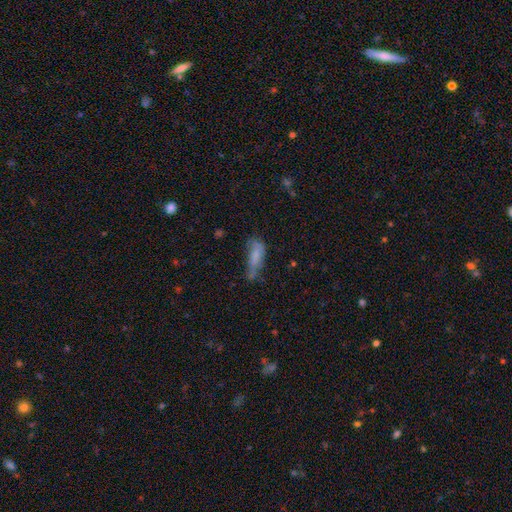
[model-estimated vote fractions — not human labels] A smooth galaxy with no disk features (69%) that is in between round and cigar-shaped (52%).

Vote fractions:
- Smooth or featured? smooth: 69% / featured or disk: 20% / star or artifact: 11%
- How rounded? in between: 52% / cigar-shaped: 46% / round: 2%
- Merging? none: 34% (tied) / minor disturbance: 34% (tied) / major disturbance: 23% / merger: 9%